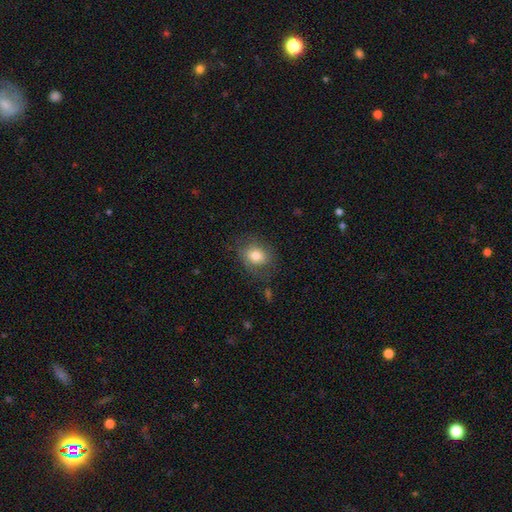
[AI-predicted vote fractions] smooth 76%, featured or disk 15%, star or artifact 9%. Down the decision tree: how rounded — round (54%); merging — none (71%).